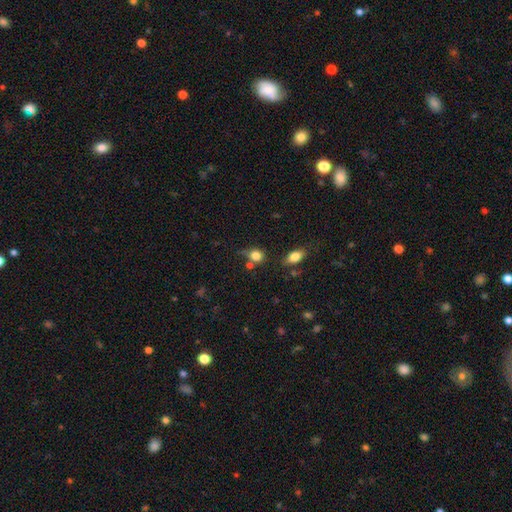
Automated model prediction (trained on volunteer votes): smooth 80%, star or artifact 12%, featured or disk 8%. Down the decision tree: how rounded — round (74%); merging — none (53%).